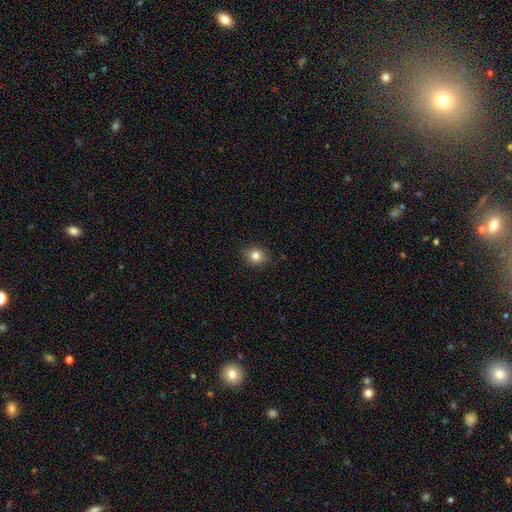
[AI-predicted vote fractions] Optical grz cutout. It shows a smooth galaxy with no disk features (82%) that is round (70%). Merging: none (87%).